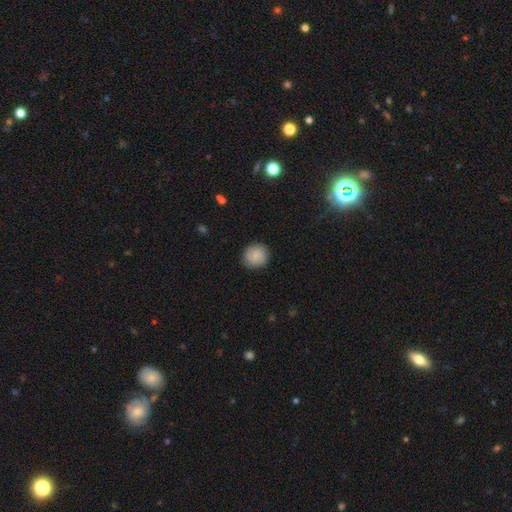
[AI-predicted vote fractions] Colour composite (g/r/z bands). It shows a smooth galaxy with no disk features (76%) that is round (90%). Merging: none (87%).